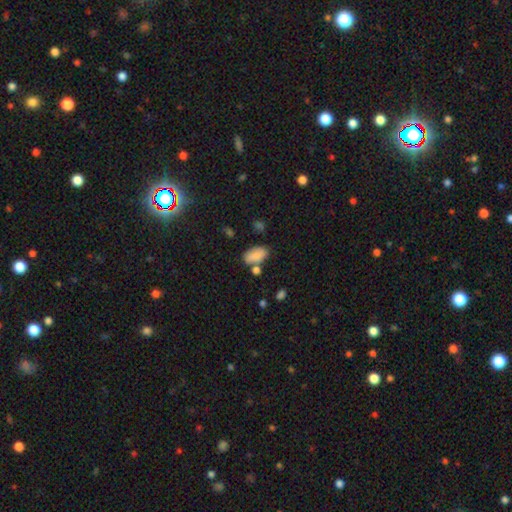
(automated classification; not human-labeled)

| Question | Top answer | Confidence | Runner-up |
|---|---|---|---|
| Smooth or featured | smooth | 84% | star or artifact (8%) |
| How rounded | in between | 93% | round (5%) |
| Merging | none | 59% | merger (19%) |